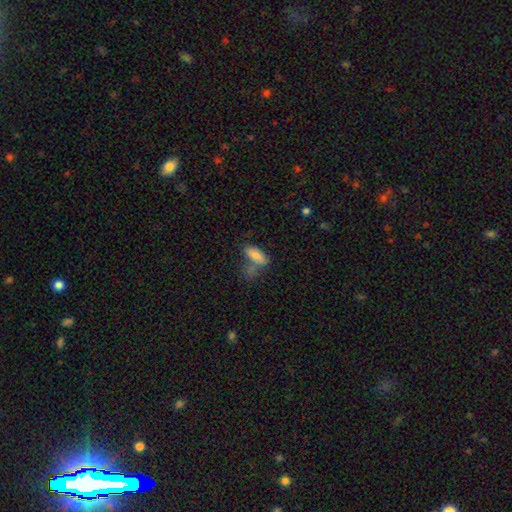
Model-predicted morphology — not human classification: Q: Smooth or featured?
A: smooth (79%); runner-up: featured or disk (12%)
Q: How rounded?
A: in between (76%); runner-up: cigar-shaped (21%)
Q: Merging?
A: none (38%); runner-up: merger (28%)